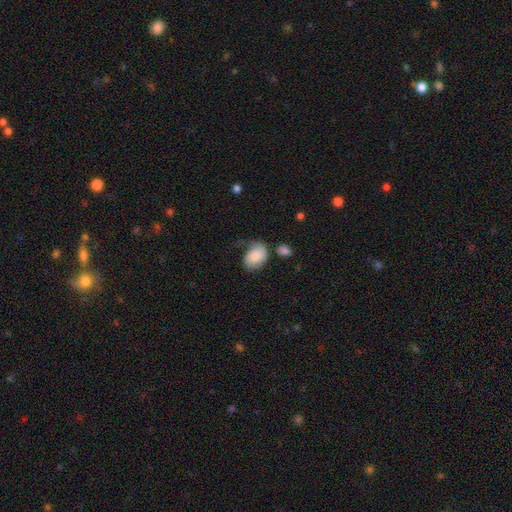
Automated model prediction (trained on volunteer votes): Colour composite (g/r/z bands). It shows a smooth galaxy with no disk features (72%) that is in between round and cigar-shaped (78%). Merging: none (39%).